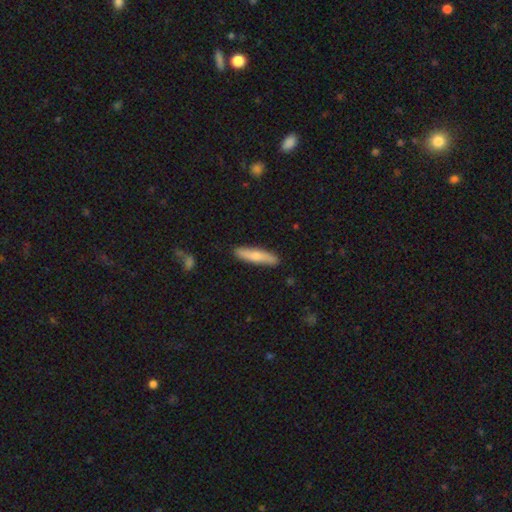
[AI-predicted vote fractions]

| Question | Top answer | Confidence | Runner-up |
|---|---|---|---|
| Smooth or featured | smooth | 71% | featured or disk (24%) |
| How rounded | cigar-shaped | 83% | in between (15%) |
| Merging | none | 87% | minor disturbance (10%) |